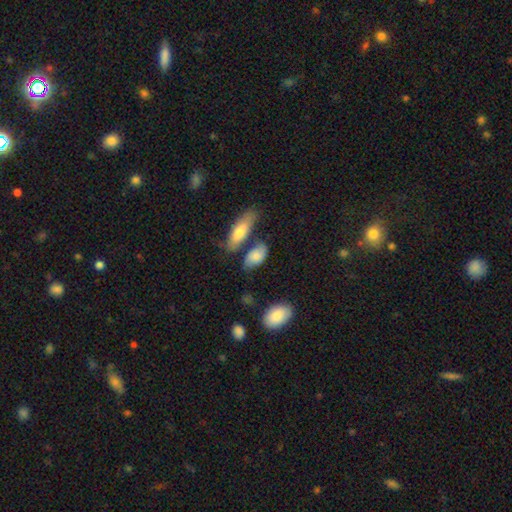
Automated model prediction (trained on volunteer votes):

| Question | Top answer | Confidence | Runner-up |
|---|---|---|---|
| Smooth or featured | smooth | 76% | featured or disk (17%) |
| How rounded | in between | 88% | round (6%) |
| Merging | none | 53% | minor disturbance (23%) |